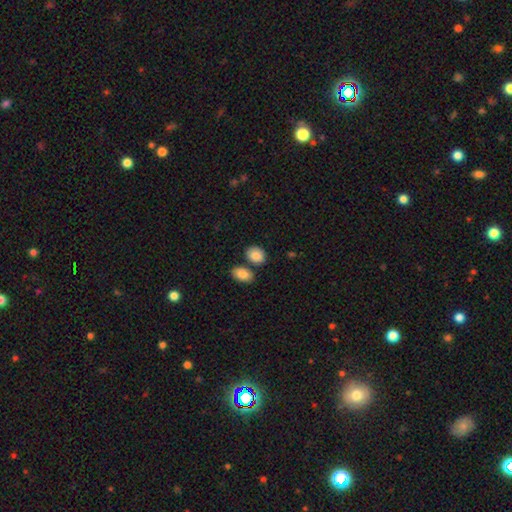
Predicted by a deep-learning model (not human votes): Smooth or featured? smooth (85%)
How rounded? in between (72%)
Merging? none (67%)